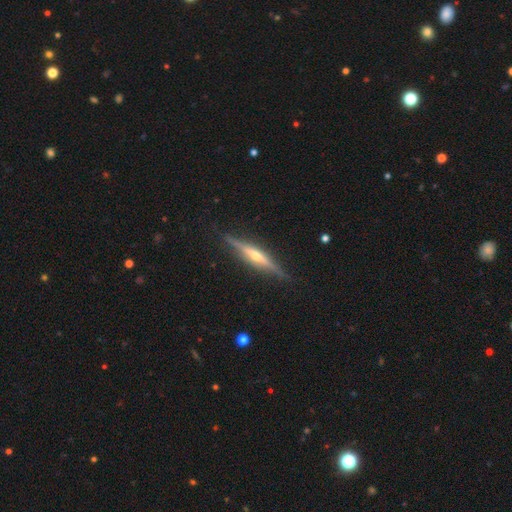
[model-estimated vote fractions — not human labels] A featured or disk galaxy (79%) viewed edge-on (97%) with a rounded central bulge (83%).

Vote fractions:
- Smooth or featured? featured or disk: 79% / smooth: 15% / star or artifact: 6%
- Edge-on disk? yes: 97% / no: 3%
- Edge-on bulge? rounded: 83% / none: 11% / boxy: 7%
- Merging? none: 87% / minor disturbance: 9% / major disturbance: 2% / merger: 1%